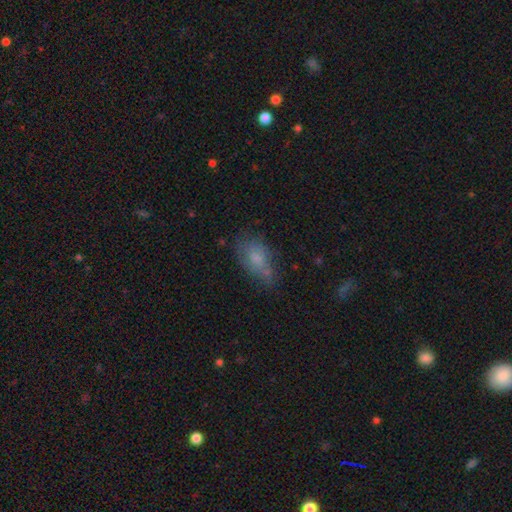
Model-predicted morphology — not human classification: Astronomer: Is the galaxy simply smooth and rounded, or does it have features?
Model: smooth — 62%.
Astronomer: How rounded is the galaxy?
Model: in between — 81%.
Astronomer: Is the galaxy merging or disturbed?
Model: none — 57%.